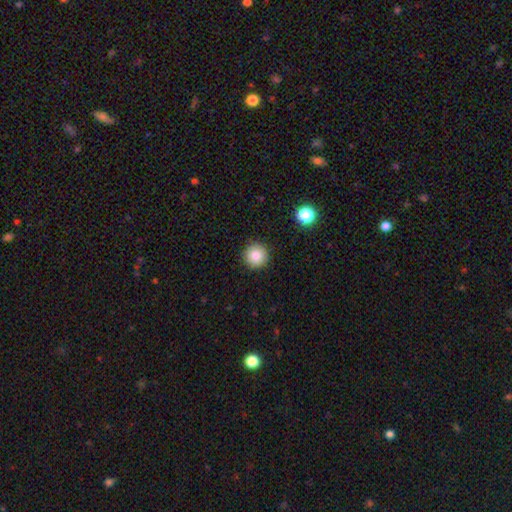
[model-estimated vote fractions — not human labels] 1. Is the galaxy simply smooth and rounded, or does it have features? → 86% smooth, 10% star or artifact, 4% featured or disk.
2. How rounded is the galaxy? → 96% round, 3% in between, 1% cigar-shaped.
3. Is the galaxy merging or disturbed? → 91% none, 5% minor disturbance, 2% major disturbance, 1% merger.